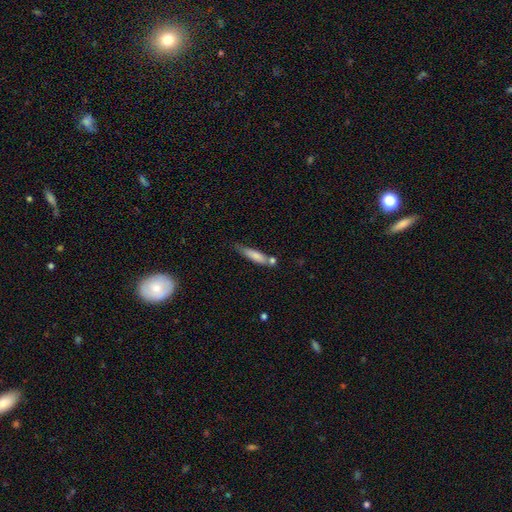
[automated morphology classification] type=smooth (75%); roundness=cigar-shaped (79%); merging=none (52%).